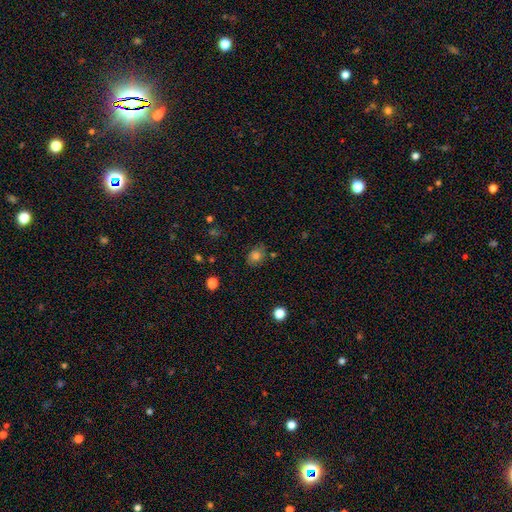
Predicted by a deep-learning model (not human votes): Smooth or featured: smooth — 73% (featured or disk — 14%)
How rounded: in between — 52% (round — 47%)
Merging: none — 72% (minor disturbance — 20%)